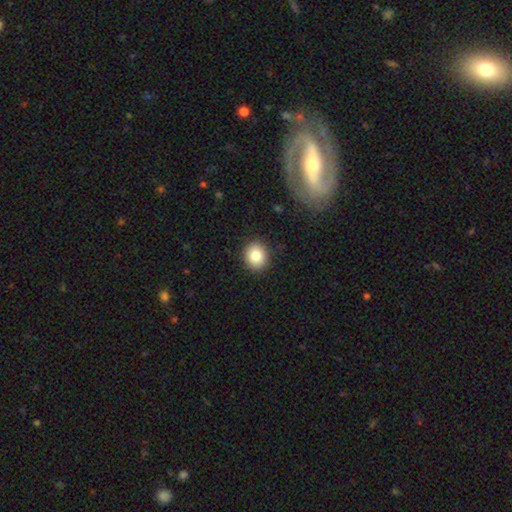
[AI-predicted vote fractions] Smooth or featured?
  - smooth: 83% *
  - star or artifact: 9%
  - featured or disk: 8%
How rounded?
  - round: 73% *
  - in between: 26%
  - cigar-shaped: 1%
Merging?
  - none: 90% *
  - minor disturbance: 7%
  - major disturbance: 2%
  - merger: 1%